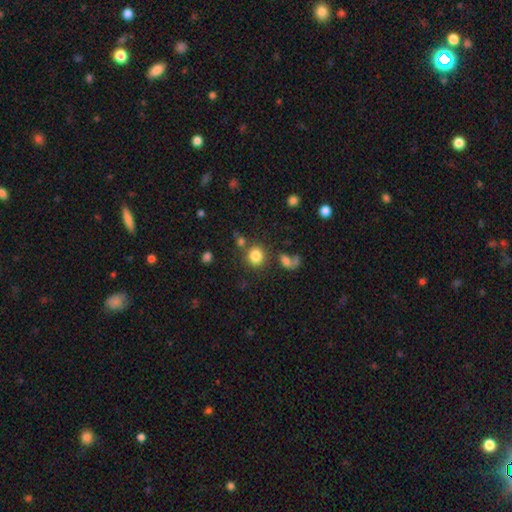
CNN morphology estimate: Smooth or featured: smooth — 83% (star or artifact — 11%)
How rounded: round — 85% (in between — 14%)
Merging: none — 75% (merger — 11%)